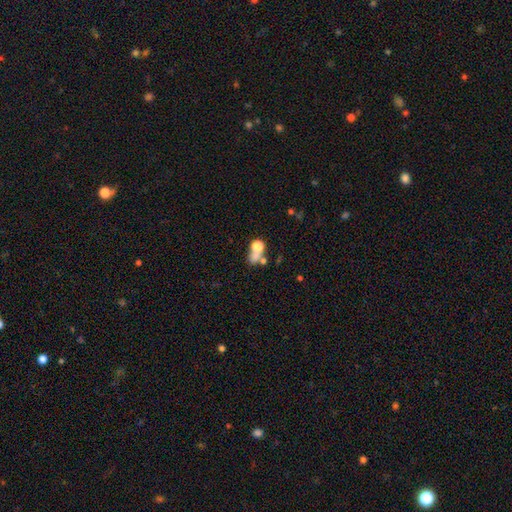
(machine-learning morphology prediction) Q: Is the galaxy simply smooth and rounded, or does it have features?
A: smooth — 64%.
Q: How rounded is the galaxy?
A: round — 59%.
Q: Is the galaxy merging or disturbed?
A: merger — 46%.